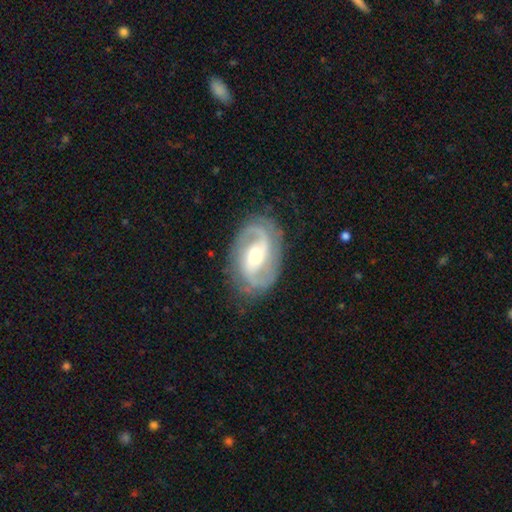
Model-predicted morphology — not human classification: This appears to be a featured or disk galaxy (88%) with a weak bar (44%), 2 (90%) medium (52%) spiral arms (96%) and a moderate central bulge (68%). Merging: none (79%).